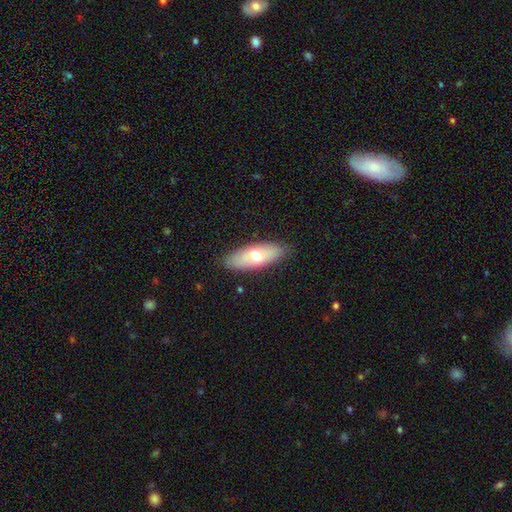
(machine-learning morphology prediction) Overall: smooth (61%; featured or disk 33%). How rounded: in between (71%). Merging: none (86%).